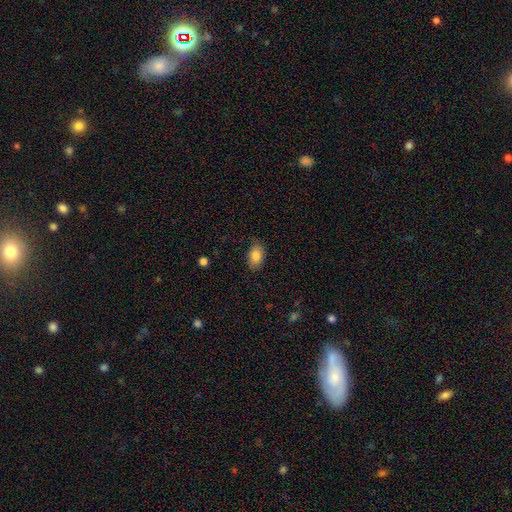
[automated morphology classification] The model was most divided on "merging": none: 82%, minor disturbance: 15%, major disturbance: 3%, merger: 1%. More confident: how rounded — in between (89%); smooth or featured — smooth (84%).